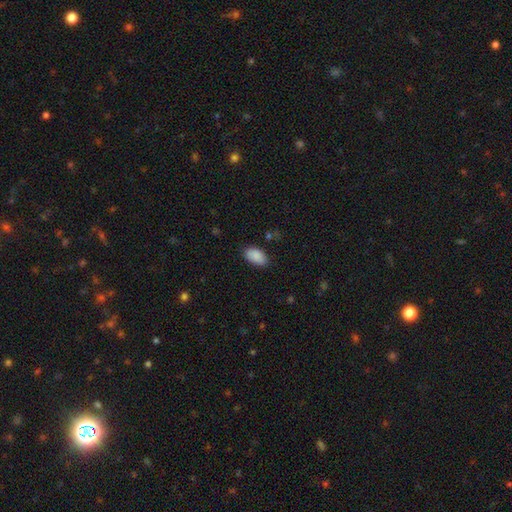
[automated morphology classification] Smooth or featured?
  - smooth: 90% *
  - star or artifact: 7%
  - featured or disk: 4%
How rounded?
  - in between: 95% *
  - round: 4%
  - cigar-shaped: 2%
Merging?
  - none: 82% *
  - minor disturbance: 14%
  - major disturbance: 3%
  - merger: 1%